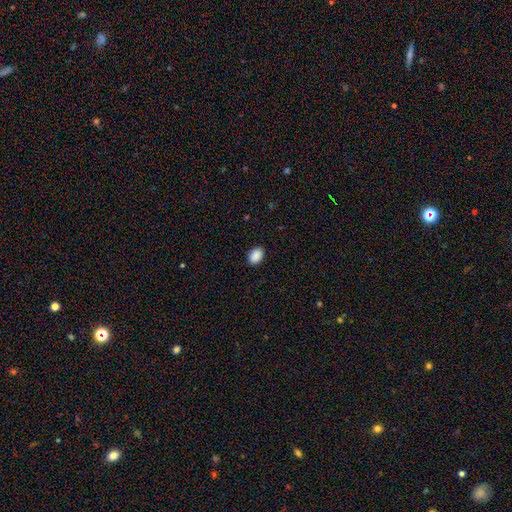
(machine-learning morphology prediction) Smooth or featured: smooth — 90% (star or artifact — 8%)
How rounded: in between — 82% (round — 16%)
Merging: none — 89% (minor disturbance — 8%)